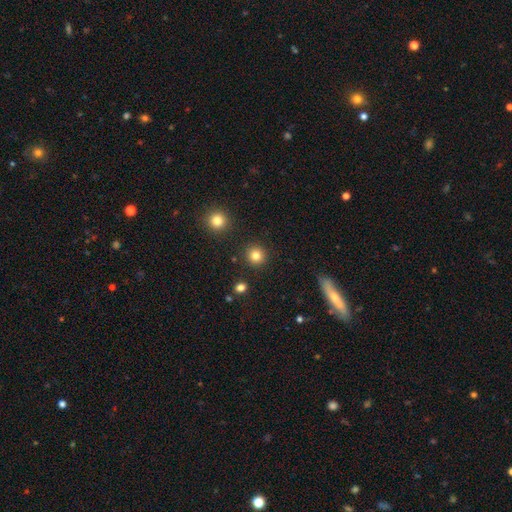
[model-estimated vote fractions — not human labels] Overall: smooth (83%). How rounded: round (94%). Merging: none (91%).